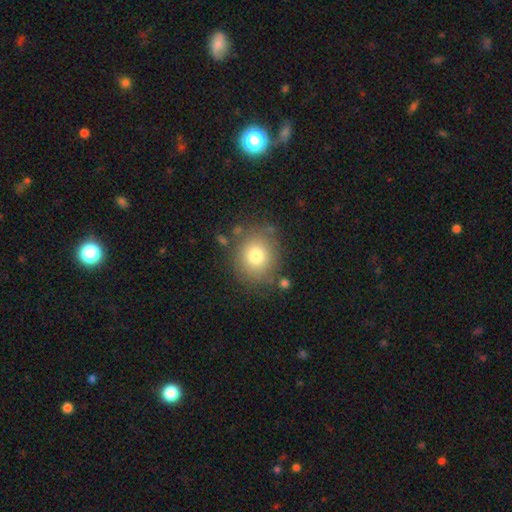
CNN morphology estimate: smooth-or-featured: smooth: 77% | featured or disk: 12% | star or artifact: 11%
  how-rounded: round: 80% | in between: 19% | cigar-shaped: 1%
  merging: none: 79% | minor disturbance: 12% | major disturbance: 5% | merger: 4%